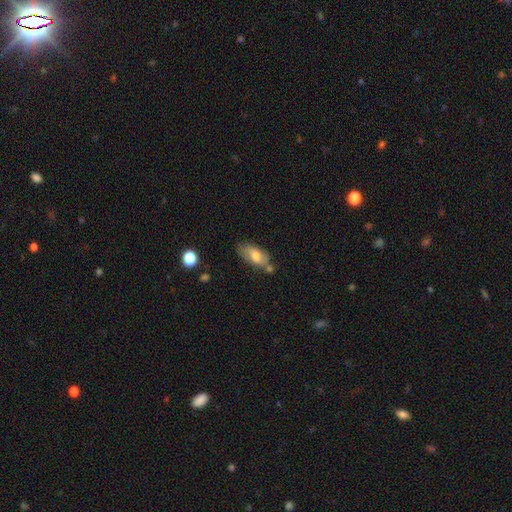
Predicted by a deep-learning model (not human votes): A smooth galaxy with no disk features (61%) that is in between round and cigar-shaped (88%).

Vote fractions:
- Smooth or featured? smooth: 61% / featured or disk: 31% / star or artifact: 8%
- How rounded? in between: 88% / cigar-shaped: 8% / round: 4%
- Merging? none: 60% / minor disturbance: 24% / merger: 11% / major disturbance: 6%